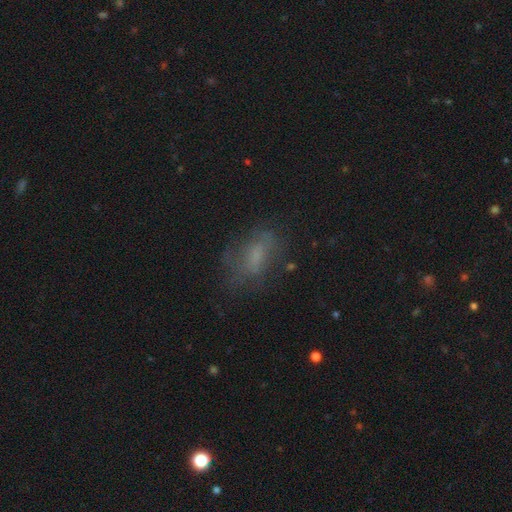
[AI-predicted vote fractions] smooth-or-featured: smooth: 54% | featured or disk: 30% | star or artifact: 16%
  how-rounded: in between: 80% | cigar-shaped: 11% | round: 9%
  merging: none: 60% | minor disturbance: 22% | major disturbance: 16% | merger: 2%